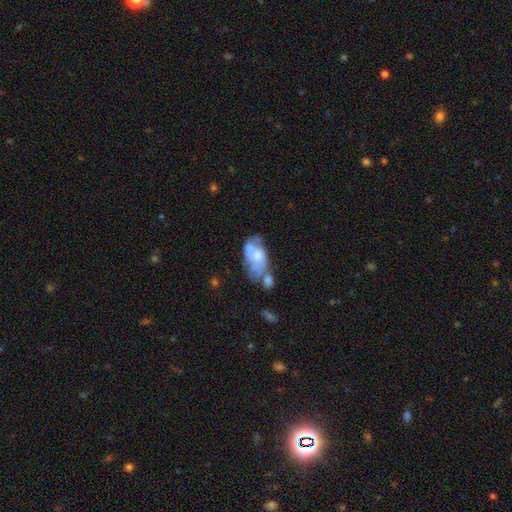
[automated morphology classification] A featured or disk galaxy (53%) with no bar (85%), no spiral arms (67%) and a small central bulge (39%).

Vote fractions:
- Smooth or featured? featured or disk: 53% / smooth: 39% / star or artifact: 8%
- Edge-on disk? no: 95% / yes: 5%
- Bar? no: 85% / weak: 13% / strong: 3%
- Spiral arms? no: 67% / yes: 33%
- Bulge size? small: 39% / moderate: 37% / none: 16% / large: 6% / dominant: 2%
- Merging? merger: 37% / none: 24% / minor disturbance: 20% / major disturbance: 18%